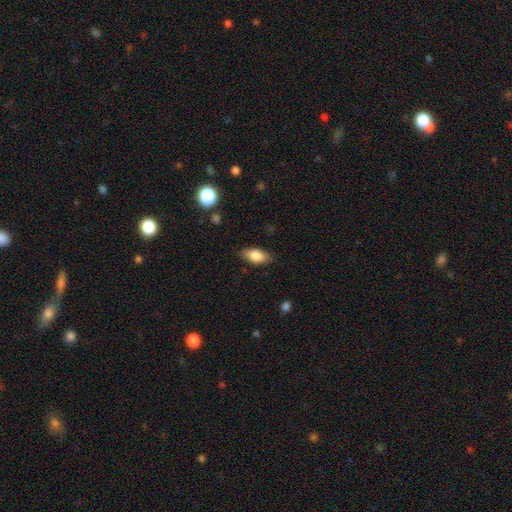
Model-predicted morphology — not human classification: A smooth galaxy with no disk features (79%) that is in between round and cigar-shaped (84%). Merging: none (84%).